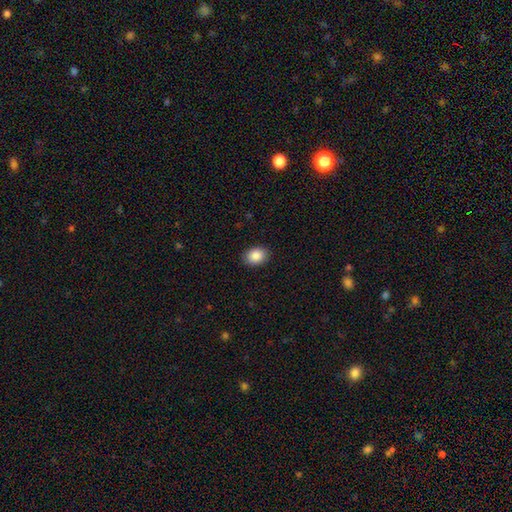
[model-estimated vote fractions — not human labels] smooth_or_featured: smooth (p=0.88) [alt: star or artifact p=0.08]
how_rounded: in between (p=0.67) [alt: round p=0.32]
merging: none (p=0.89) [alt: minor disturbance p=0.08]